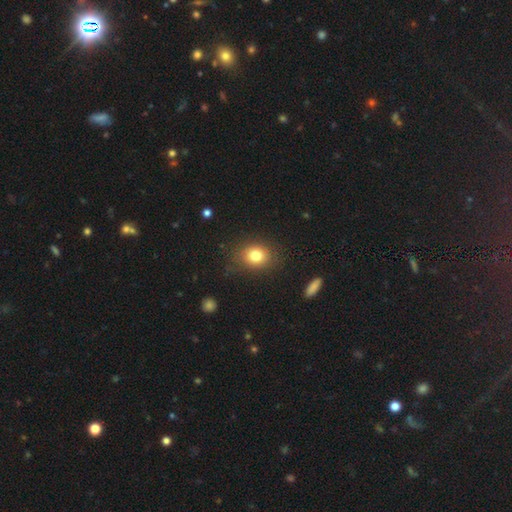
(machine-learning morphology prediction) A smooth galaxy with no disk features (80%) that is round (50%). Merging: none (79%).